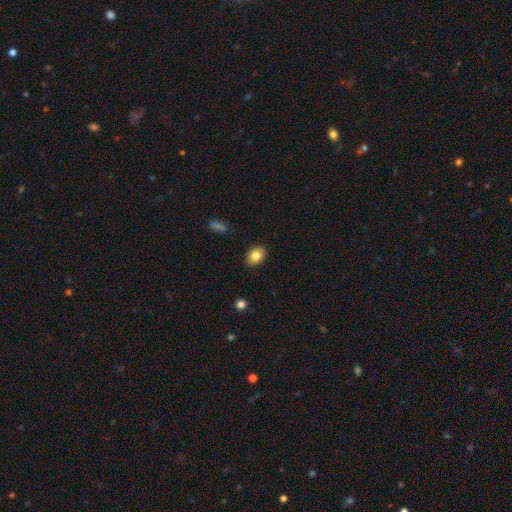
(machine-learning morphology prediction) This appears to be a smooth galaxy with no disk features (82%) that is in between round and cigar-shaped (75%). Merging: none (89%).